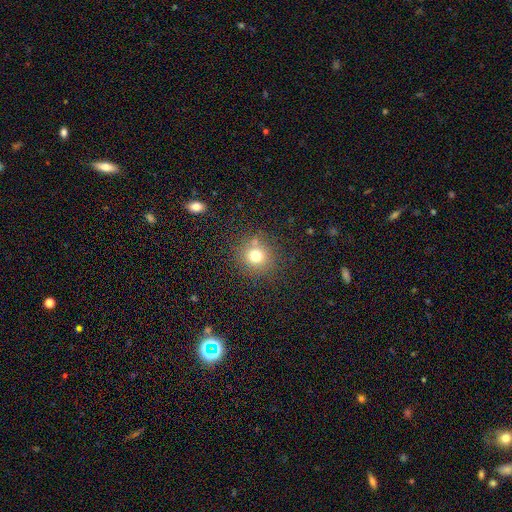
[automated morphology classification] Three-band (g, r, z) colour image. It shows a smooth galaxy with no disk features (74%) that is round (90%). Merging: none (77%).